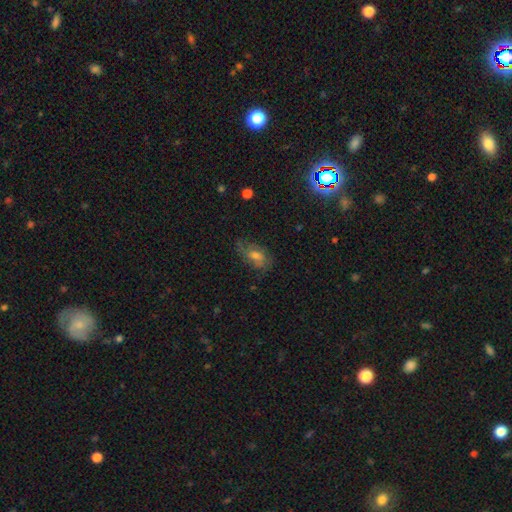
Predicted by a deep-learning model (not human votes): Smooth or featured?
  - smooth: 41% *
  - featured or disk: 37%
  - star or artifact: 21%
Merging?
  - none: 65% *
  - minor disturbance: 23%
  - major disturbance: 9%
  - merger: 2%